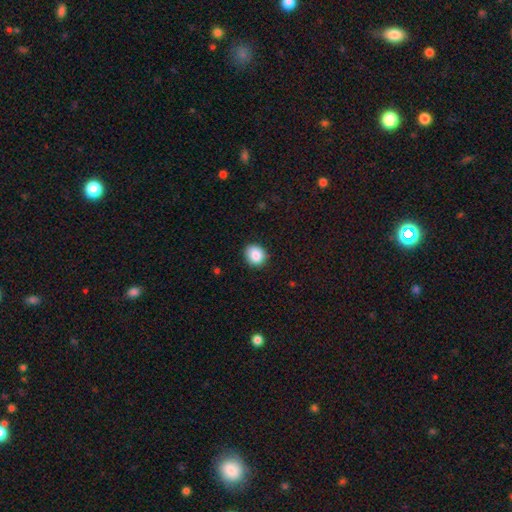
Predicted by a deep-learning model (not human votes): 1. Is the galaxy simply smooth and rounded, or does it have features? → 87% smooth, 9% star or artifact, 4% featured or disk.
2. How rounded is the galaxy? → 68% round, 31% in between, 1% cigar-shaped.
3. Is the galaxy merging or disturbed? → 87% none, 10% minor disturbance, 2% major disturbance, 1% merger.